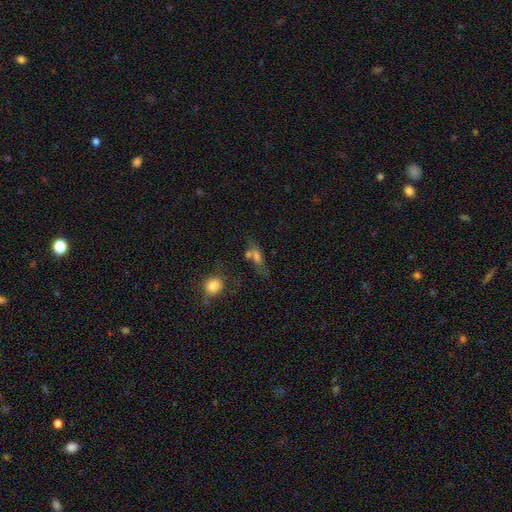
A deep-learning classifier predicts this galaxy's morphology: The model was most divided on "merging": none: 47%, merger: 25%, minor disturbance: 17%, major disturbance: 11%. More confident: smooth or featured — smooth (59%); how rounded — in between (57%).